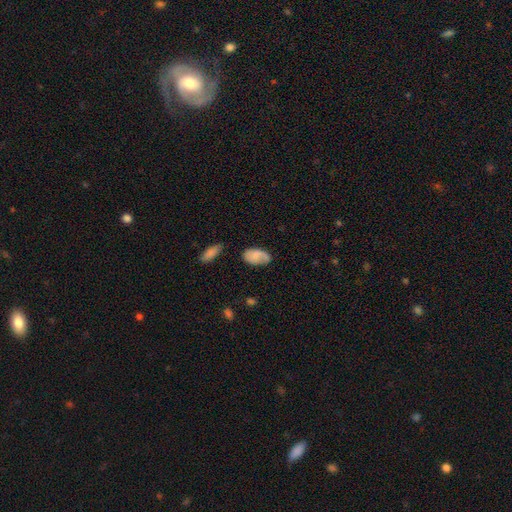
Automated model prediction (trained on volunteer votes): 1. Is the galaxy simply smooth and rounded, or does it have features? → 70% smooth, 23% featured or disk, 7% star or artifact.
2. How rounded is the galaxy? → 93% in between, 5% round, 2% cigar-shaped.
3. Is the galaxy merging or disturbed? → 61% none, 28% minor disturbance, 8% major disturbance, 3% merger.